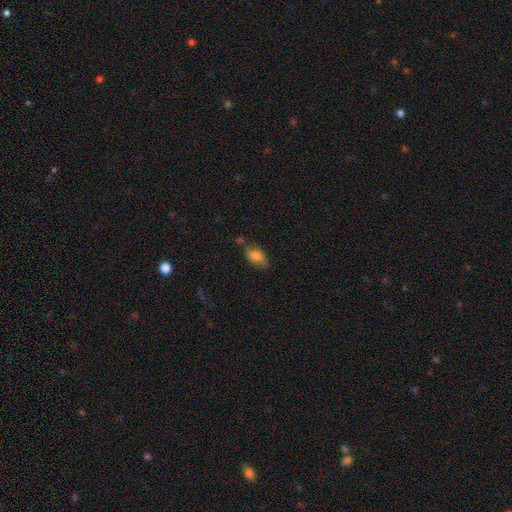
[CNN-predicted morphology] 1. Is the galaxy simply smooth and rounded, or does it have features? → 80% smooth, 12% featured or disk, 9% star or artifact.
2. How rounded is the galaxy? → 90% in between, 6% round, 4% cigar-shaped.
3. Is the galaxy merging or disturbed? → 61% none, 24% minor disturbance, 9% merger, 6% major disturbance.